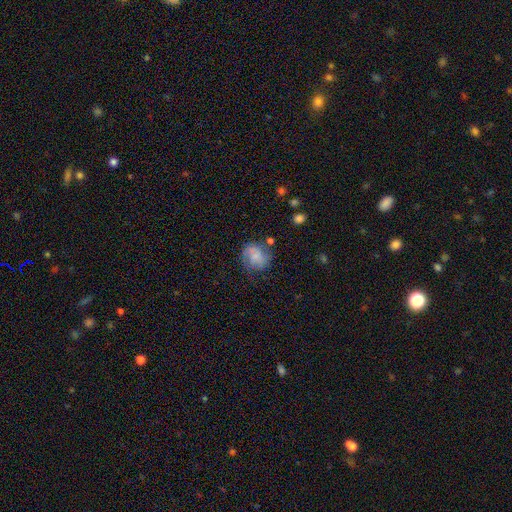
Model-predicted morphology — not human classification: Smooth or featured: smooth — 66% (featured or disk — 25%)
How rounded: round — 71% (in between — 28%)
Merging: none — 60% (minor disturbance — 25%)